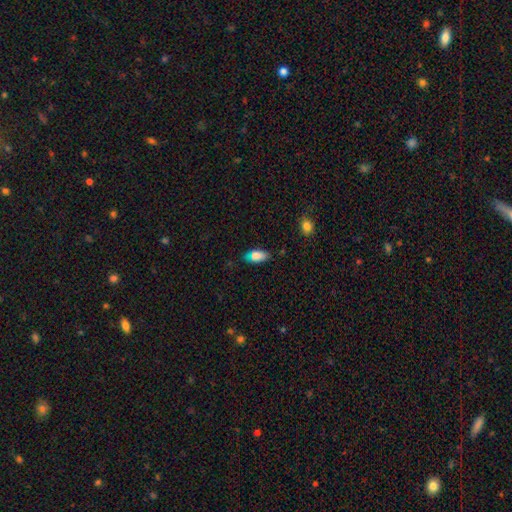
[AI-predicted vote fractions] Smooth or featured?
  - smooth: 82% *
  - featured or disk: 10%
  - star or artifact: 8%
How rounded?
  - in between: 89% *
  - cigar-shaped: 8%
  - round: 4%
Merging?
  - none: 65% *
  - minor disturbance: 27%
  - major disturbance: 5%
  - merger: 3%